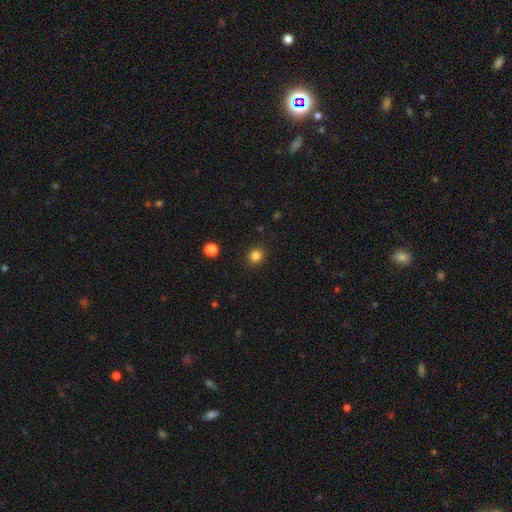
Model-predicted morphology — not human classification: type=smooth (83%); roundness=round (90%); merging=none (91%).